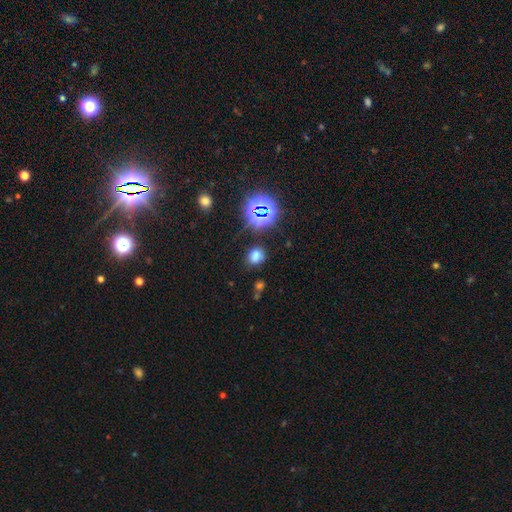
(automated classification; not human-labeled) A smooth galaxy with no disk features (65%) that is round (51%).

Vote fractions:
- Smooth or featured? smooth: 65% / star or artifact: 27% / featured or disk: 8%
- How rounded? round: 51% / in between: 48% / cigar-shaped: 1%
- Merging? none: 73% / minor disturbance: 16% / merger: 6% / major disturbance: 6%